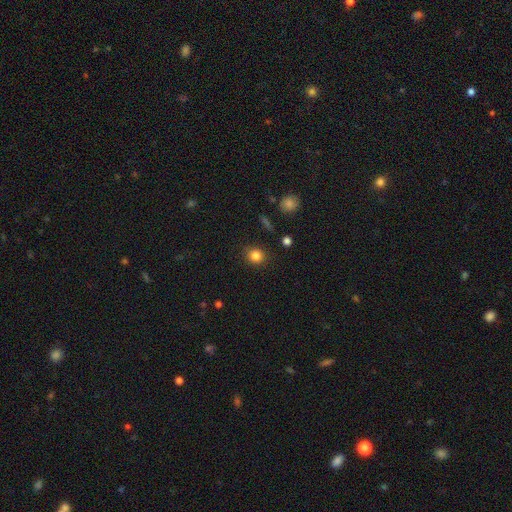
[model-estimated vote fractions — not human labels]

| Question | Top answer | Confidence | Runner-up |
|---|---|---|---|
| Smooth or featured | smooth | 84% | star or artifact (12%) |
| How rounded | round | 84% | in between (15%) |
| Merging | none | 87% | minor disturbance (8%) |